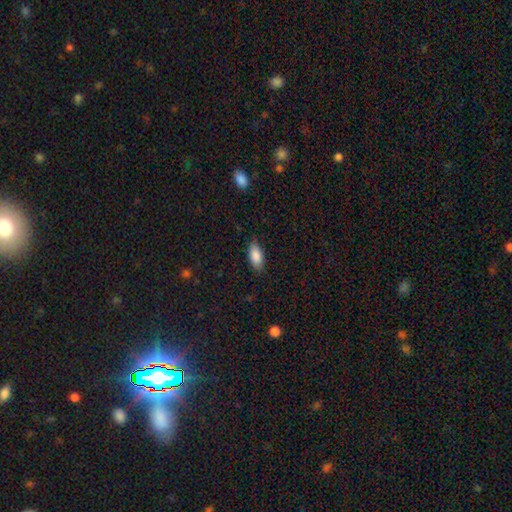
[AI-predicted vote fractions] Morphology: type=smooth (88%); roundness=in between (90%); merging=none (84%).